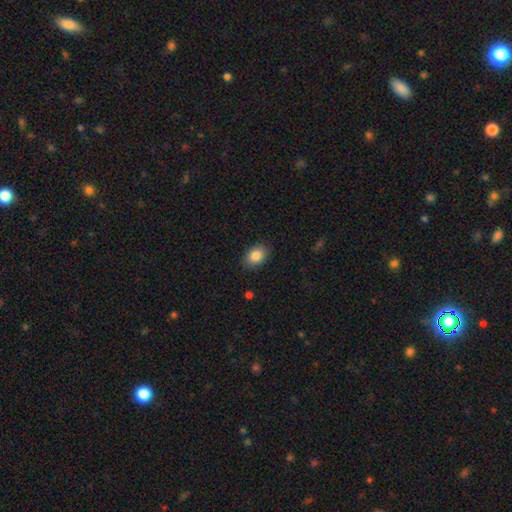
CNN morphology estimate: smooth_or_featured: smooth (p=0.87) [alt: star or artifact p=0.08]
how_rounded: in between (p=0.77) [alt: round p=0.22]
merging: none (p=0.87) [alt: minor disturbance p=0.10]